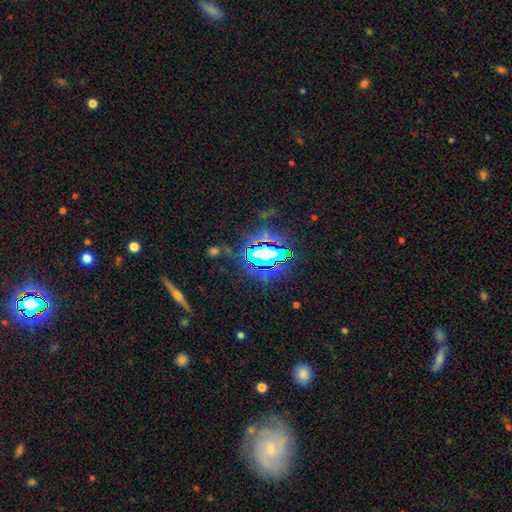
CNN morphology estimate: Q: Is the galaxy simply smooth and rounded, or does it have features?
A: star or artifact — 73%.